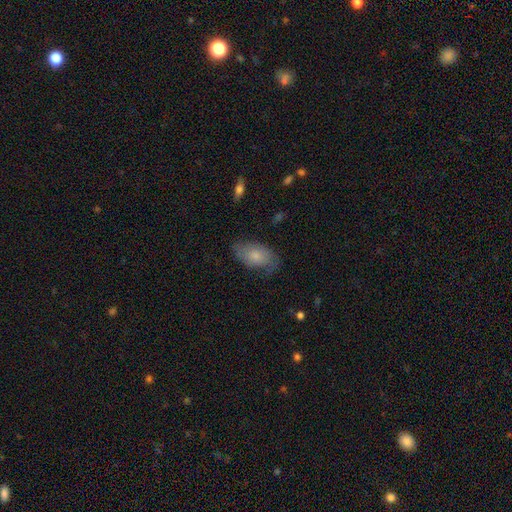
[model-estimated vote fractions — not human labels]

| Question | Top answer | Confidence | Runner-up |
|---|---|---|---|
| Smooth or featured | smooth | 67% | featured or disk (26%) |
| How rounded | in between | 93% | round (5%) |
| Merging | none | 65% | minor disturbance (25%) |